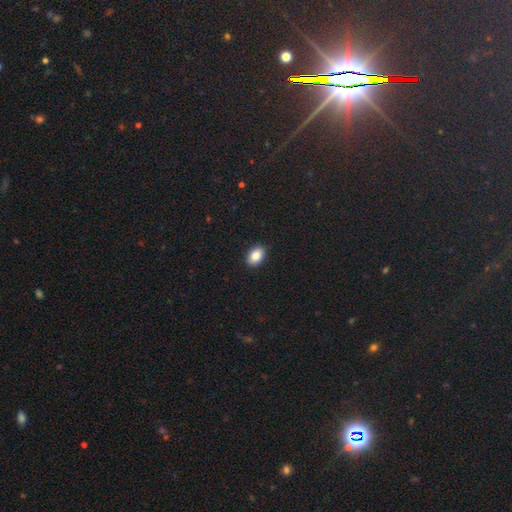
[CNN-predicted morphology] smooth_or_featured: smooth (p=0.86) [alt: star or artifact p=0.08]
how_rounded: in between (p=0.84) [alt: round p=0.14]
merging: none (p=0.91) [alt: minor disturbance p=0.07]